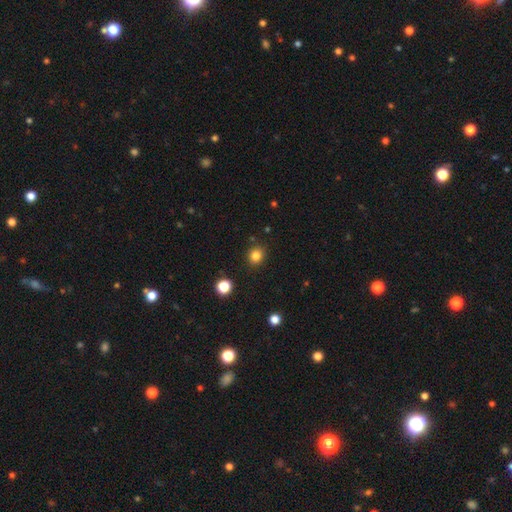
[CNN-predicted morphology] This is clearly a smooth galaxy (83%). How rounded: likely round (77%). Merging: clearly none (88%).